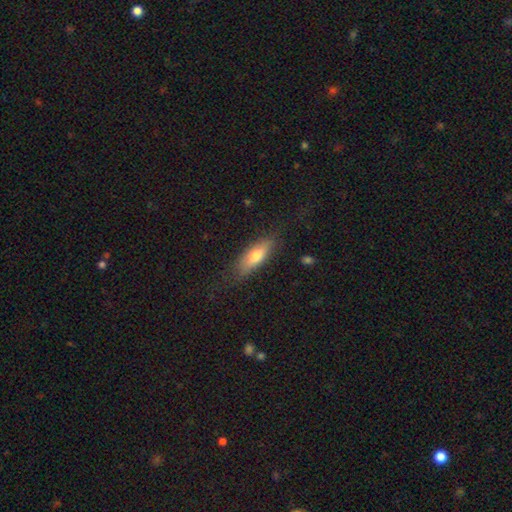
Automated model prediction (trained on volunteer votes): This appears to be a smooth galaxy with no disk features (69%) that is in between round and cigar-shaped (60%). Merging: none (76%).